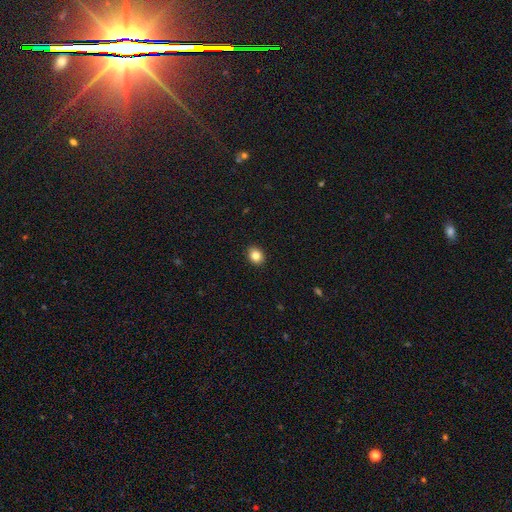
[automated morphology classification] Smooth or featured? smooth (84%)
How rounded? round (56%)
Merging? none (92%)